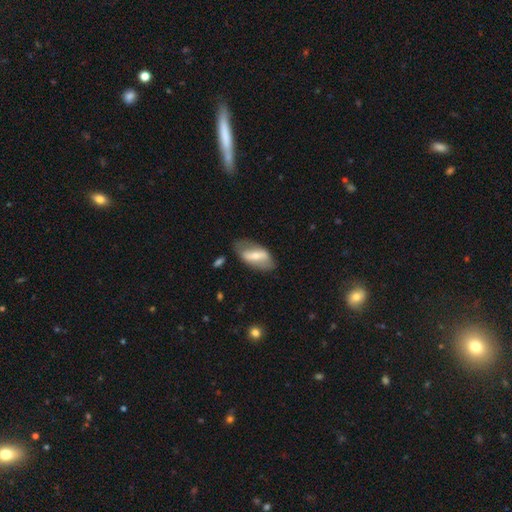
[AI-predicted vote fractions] smooth-or-featured: featured or disk: 57% | smooth: 37% | star or artifact: 6%
  disk-edge-on: no: 84% | yes: 16%
  merging: none: 71% | minor disturbance: 19% | major disturbance: 8% | merger: 2%